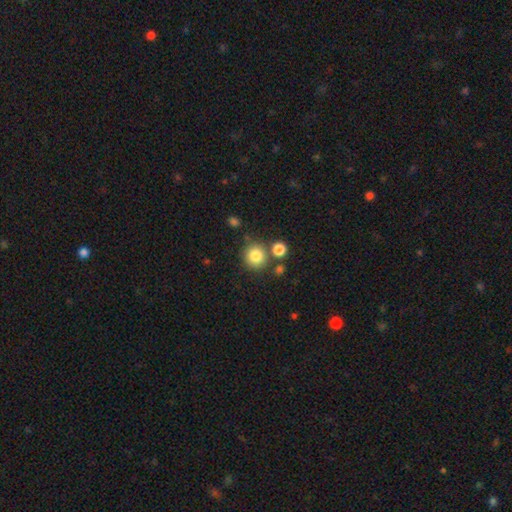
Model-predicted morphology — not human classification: A smooth galaxy with no disk features (83%) that is round (91%).

Vote fractions:
- Smooth or featured? smooth: 83% / star or artifact: 10% / featured or disk: 7%
- How rounded? round: 91% / in between: 8% / cigar-shaped: 1%
- Merging? none: 74% / merger: 13% / minor disturbance: 9% / major disturbance: 3%